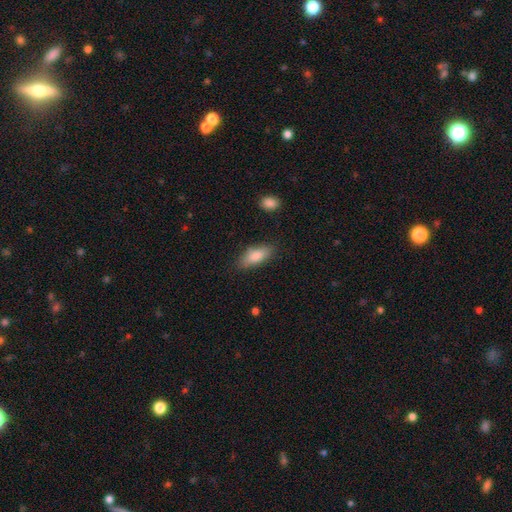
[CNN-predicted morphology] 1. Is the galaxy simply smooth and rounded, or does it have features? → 79% smooth, 13% featured or disk, 8% star or artifact.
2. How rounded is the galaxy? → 72% in between, 26% cigar-shaped, 3% round.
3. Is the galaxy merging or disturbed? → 83% none, 13% minor disturbance, 3% major disturbance, 2% merger.